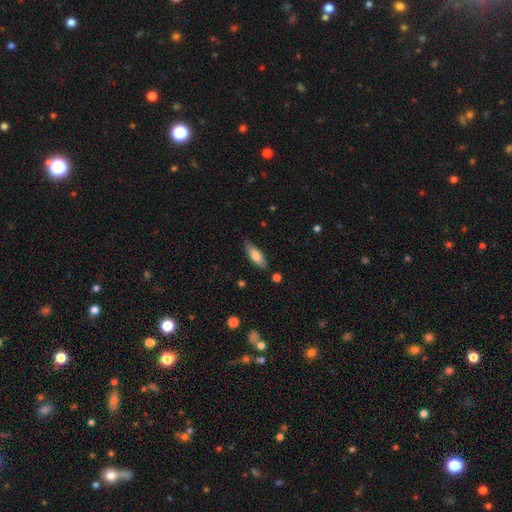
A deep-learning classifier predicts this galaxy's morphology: Smooth or featured? smooth (73%)
How rounded? in between (66%)
Merging? none (81%)